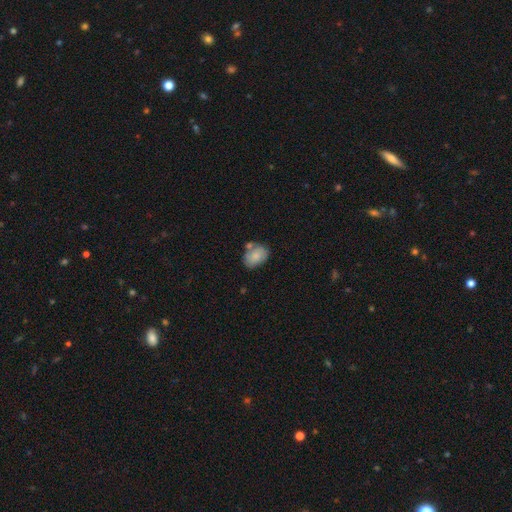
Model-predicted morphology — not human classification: Smooth or featured?
  - smooth: 75% *
  - featured or disk: 17%
  - star or artifact: 7%
How rounded?
  - in between: 76% *
  - round: 23%
  - cigar-shaped: 1%
Merging?
  - none: 53% *
  - minor disturbance: 23%
  - merger: 18%
  - major disturbance: 7%